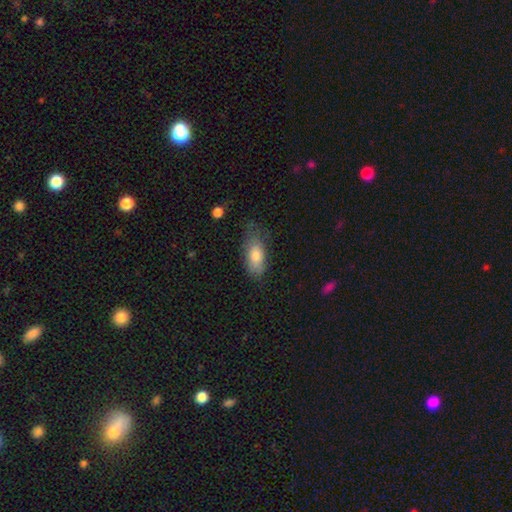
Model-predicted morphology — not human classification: Q: Smooth or featured?
A: smooth (78%); runner-up: featured or disk (15%)
Q: How rounded?
A: in between (85%); runner-up: cigar-shaped (12%)
Q: Merging?
A: none (56%); runner-up: minor disturbance (30%)